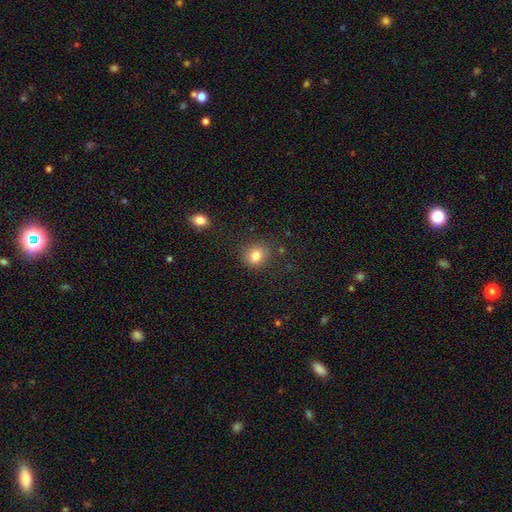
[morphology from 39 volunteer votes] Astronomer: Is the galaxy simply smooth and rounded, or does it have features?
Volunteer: smooth — 85%.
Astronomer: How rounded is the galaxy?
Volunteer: round — 88%.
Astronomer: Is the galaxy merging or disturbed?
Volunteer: none — 89%.